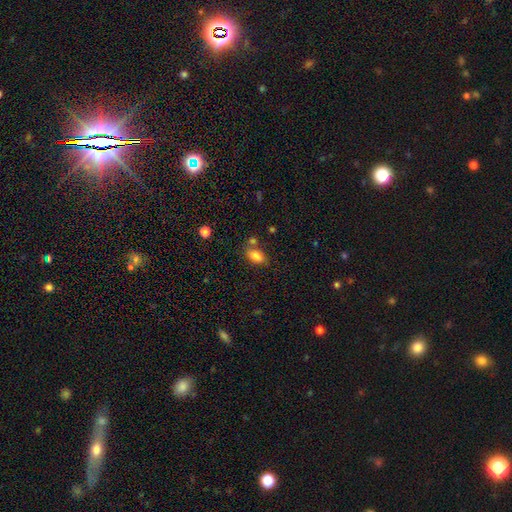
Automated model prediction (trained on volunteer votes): Smooth or featured? Predicted: smooth (p=0.83). How rounded? Predicted: in between (p=0.87). Merging? Predicted: none (p=0.60).